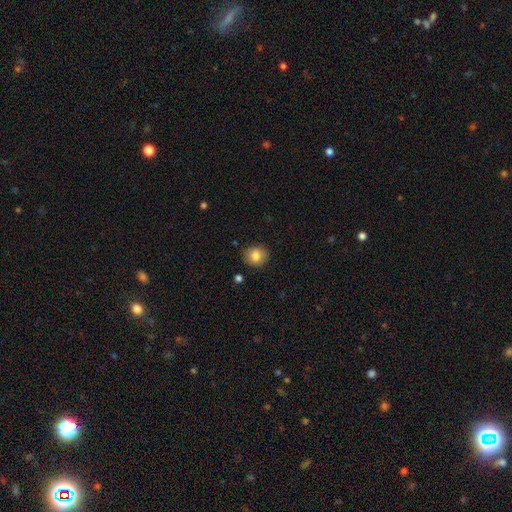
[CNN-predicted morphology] A smooth galaxy with no disk features (83%) that is round (83%). Merging: none (88%).